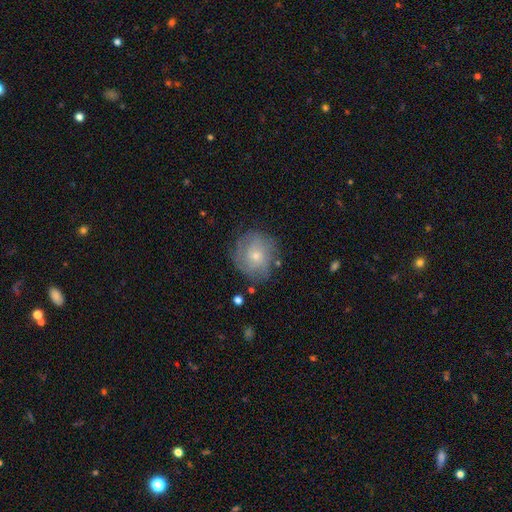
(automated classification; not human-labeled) Smooth or featured: featured or disk — 54% (smooth — 36%)
Edge-on disk: no — 97% (yes — 3%)
Bar: no — 80% (weak — 17%)
Spiral arms: yes — 77% (no — 23%)
Bulge size: small — 57% (moderate — 39%)
Merging: none — 73% (minor disturbance — 18%)